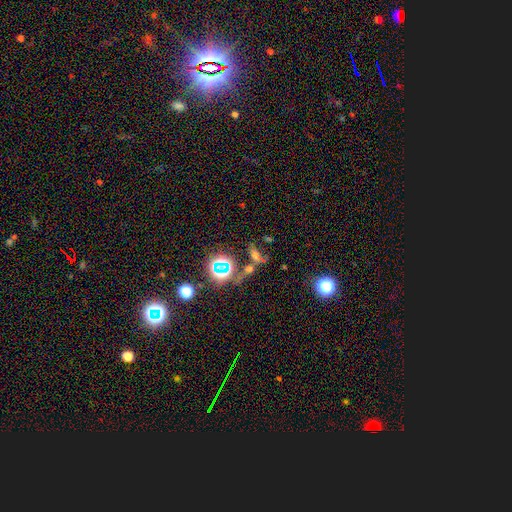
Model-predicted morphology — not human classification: Smooth or featured? Predicted: smooth (p=0.41). Merging? Predicted: none (p=0.44).